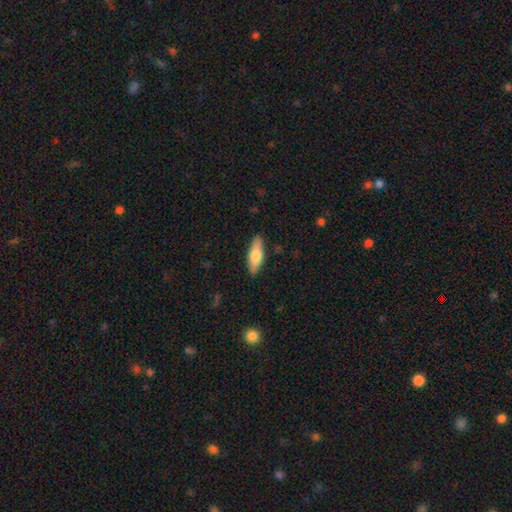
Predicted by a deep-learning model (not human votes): The model was most divided on "how rounded": in between: 60%, cigar-shaped: 38%, round: 2%. More confident: merging — none (88%); smooth or featured — smooth (71%).